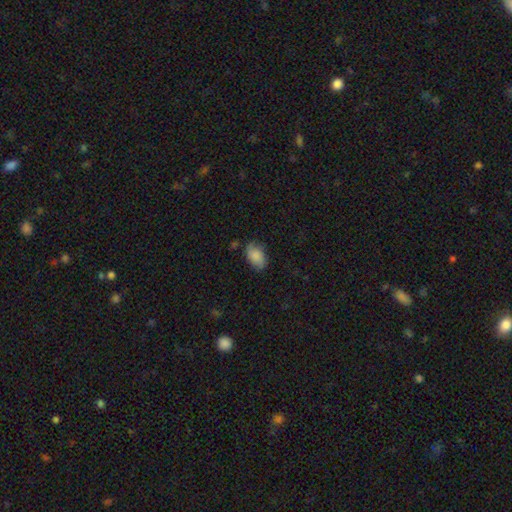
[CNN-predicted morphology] Smooth or featured: smooth — 80% (featured or disk — 12%)
How rounded: in between — 91% (round — 8%)
Merging: none — 70% (minor disturbance — 23%)